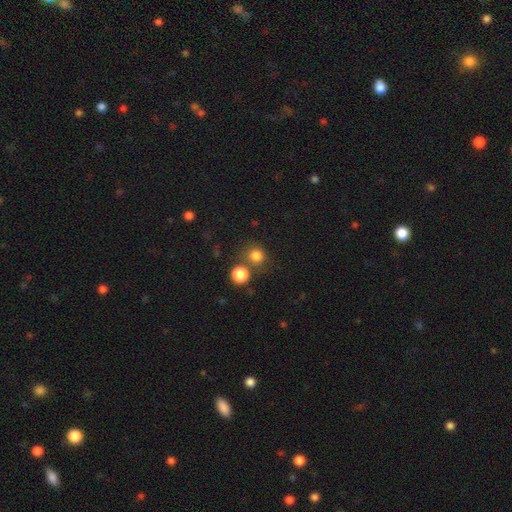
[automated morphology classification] Smooth or featured: smooth — 81% (star or artifact — 14%)
How rounded: round — 87% (in between — 12%)
Merging: none — 71% (merger — 16%)